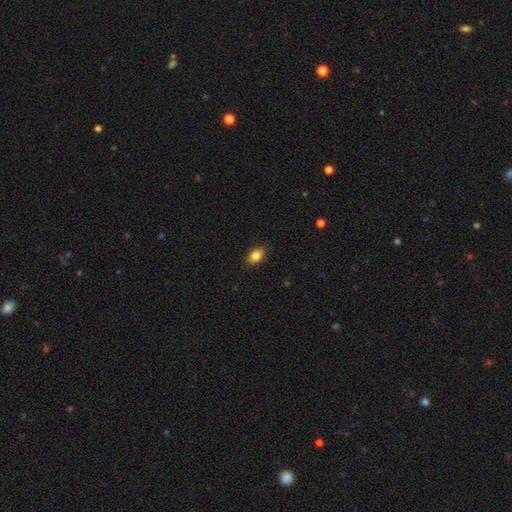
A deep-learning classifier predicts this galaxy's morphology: smooth 85%, star or artifact 8%, featured or disk 6%. Down the decision tree: how rounded — in between (85%); merging — none (88%).